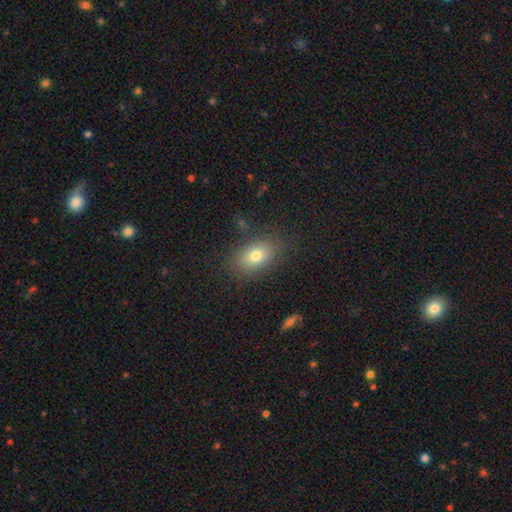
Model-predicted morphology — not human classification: smooth-or-featured: smooth: 76% | featured or disk: 13% | star or artifact: 11%
  how-rounded: in between: 85% | round: 13% | cigar-shaped: 2%
  merging: none: 83% | minor disturbance: 11% | major disturbance: 4% | merger: 2%